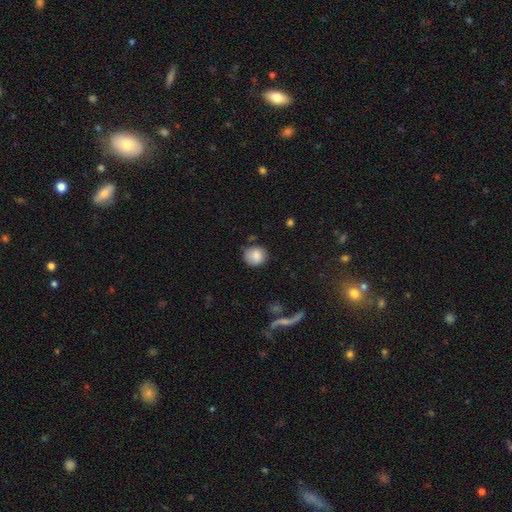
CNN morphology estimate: The model was most divided on "merging": none: 74%, minor disturbance: 18%, major disturbance: 5%, merger: 3%. More confident: smooth or featured — smooth (84%); how rounded — round (82%).